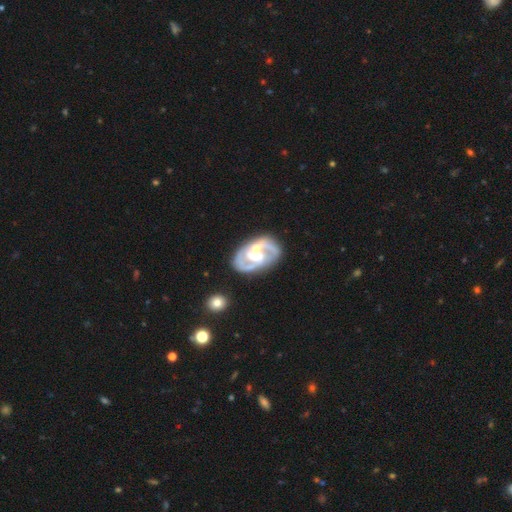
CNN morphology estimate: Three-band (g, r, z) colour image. It shows a featured or disk galaxy (88%) with a weak bar (42%), 2 (83%) medium (52%) spiral arms (93%) and a moderate central bulge (66%). Merging: none (66%).